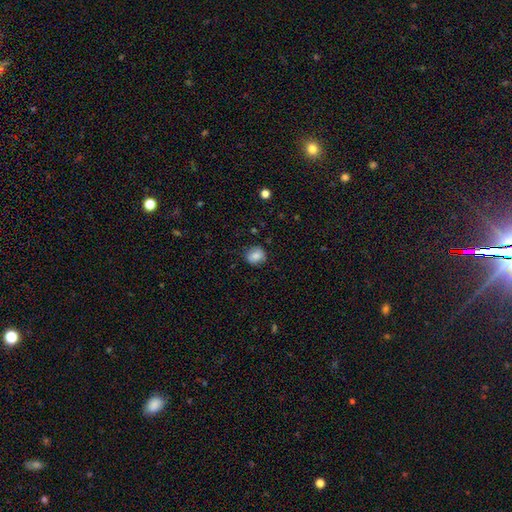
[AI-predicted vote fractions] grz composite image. It shows a smooth galaxy with no disk features (82%) that is round (70%). Merging: none (80%).